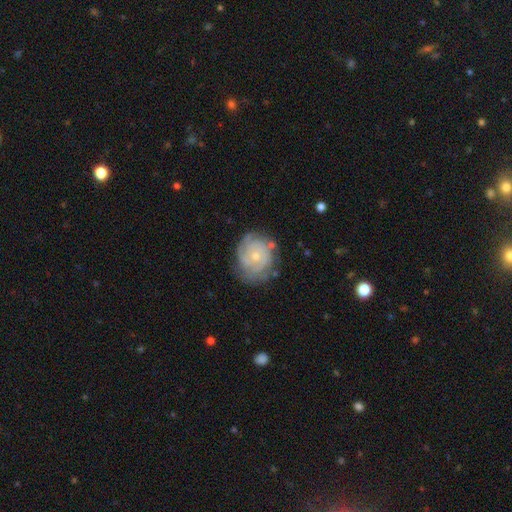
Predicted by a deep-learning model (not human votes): Smooth or featured?
  - featured or disk: 79% *
  - smooth: 15%
  - star or artifact: 6%
Edge-on disk?
  - no: 98% *
  - yes: 2%
Bar?
  - no: 77% *
  - weak: 20%
  - strong: 3%
Spiral arms?
  - yes: 93% *
  - no: 7%
Spiral winding?
  - tight: 72% *
  - medium: 23%
  - loose: 5%
Spiral arm count?
  - 2: 30% * (tied)
  - can't tell: 30% * (tied)
  - 3: 24%
  - 4: 8%
  - 1: 5%
  - more than 4: 4%
Bulge size?
  - small: 64% *
  - moderate: 32%
  - none: 2%
  - large: 1%
  - dominant: 1%
Merging?
  - none: 73% *
  - minor disturbance: 19%
  - major disturbance: 6%
  - merger: 3%